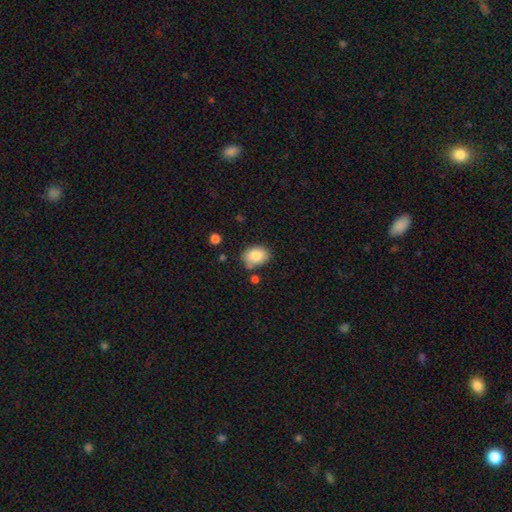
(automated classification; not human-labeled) This is clearly a smooth galaxy (82%). How rounded: likely in between (71%). Merging: likely none (68%).